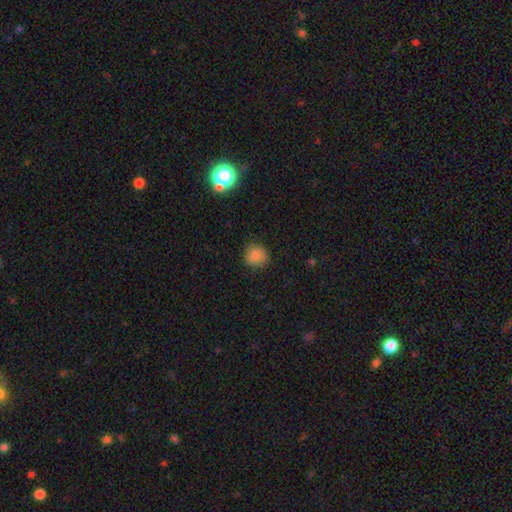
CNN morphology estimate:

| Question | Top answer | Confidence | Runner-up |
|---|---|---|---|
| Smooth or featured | smooth | 79% | featured or disk (12%) |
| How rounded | round | 88% | in between (11%) |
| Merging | none | 84% | minor disturbance (12%) |